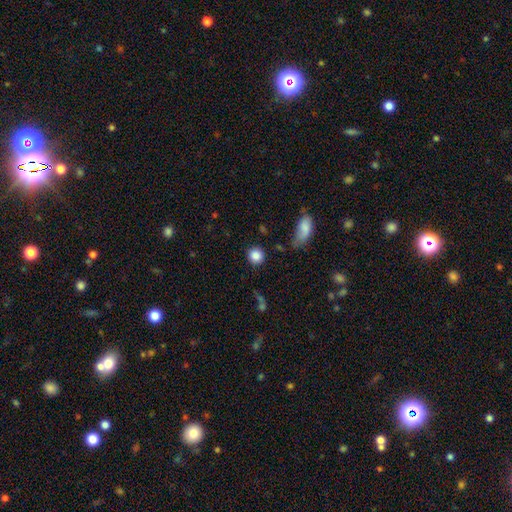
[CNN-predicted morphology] smooth_or_featured: smooth (p=0.86) [alt: star or artifact p=0.09]
how_rounded: round (p=0.88) [alt: in between p=0.11]
merging: none (p=0.85) [alt: minor disturbance p=0.09]